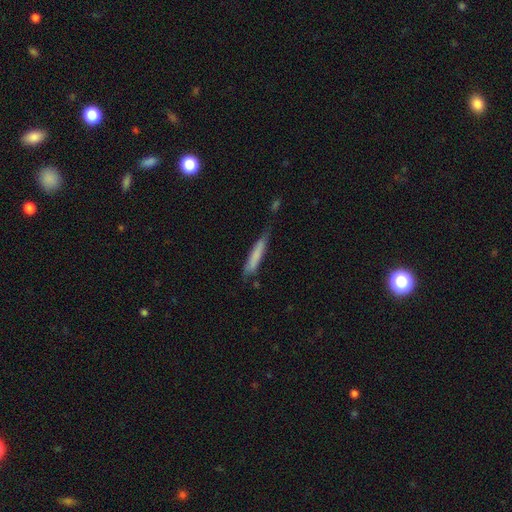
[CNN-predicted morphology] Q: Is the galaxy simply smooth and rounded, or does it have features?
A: smooth — 72%.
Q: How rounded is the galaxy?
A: cigar-shaped — 92%.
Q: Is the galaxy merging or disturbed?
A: none — 62%.